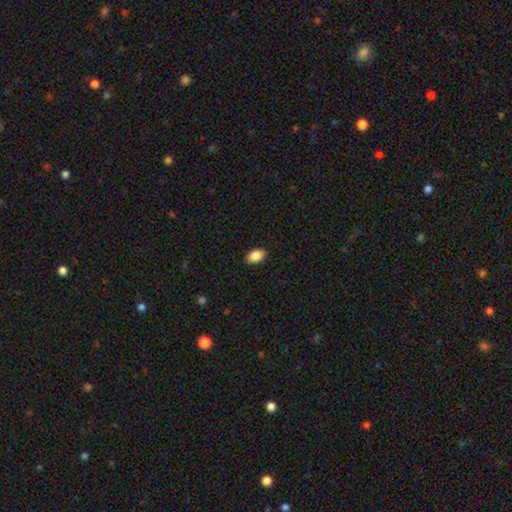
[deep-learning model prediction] A smooth galaxy with no disk features (88%) that is in between round and cigar-shaped (89%). Merging: none (90%).